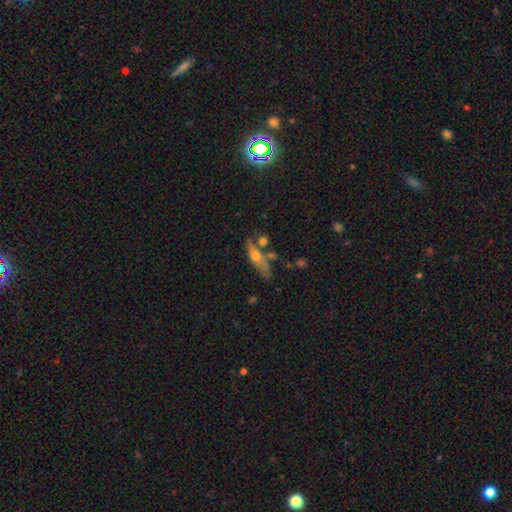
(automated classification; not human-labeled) This appears to be a smooth galaxy with no disk features (46%, tied with featured or disk). Merging: none (57%).